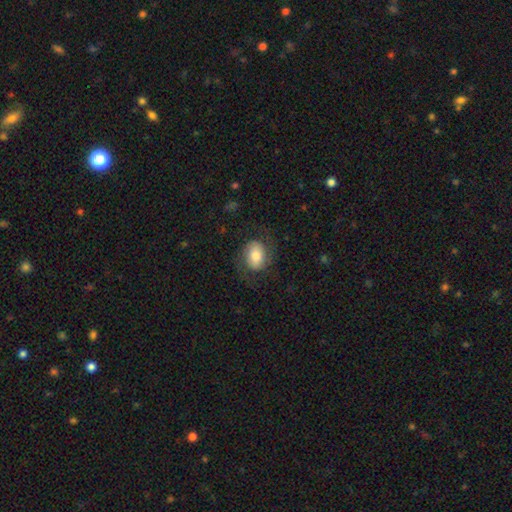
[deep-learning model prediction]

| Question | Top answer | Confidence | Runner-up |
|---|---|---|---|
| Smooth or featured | smooth | 52% | featured or disk (39%) |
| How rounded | in between | 62% | round (37%) |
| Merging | none | 69% | minor disturbance (16%) |